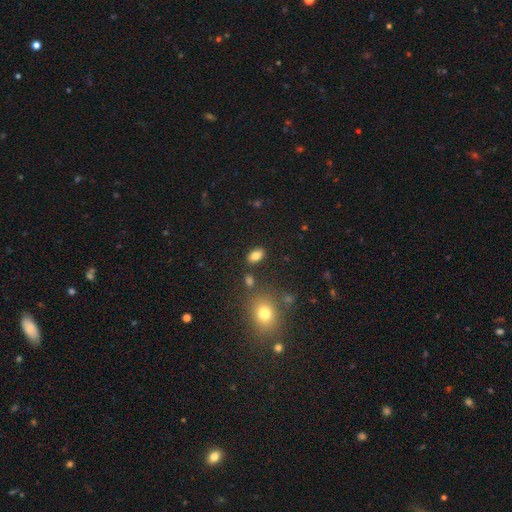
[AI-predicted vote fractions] smooth-or-featured: smooth: 82% | star or artifact: 10% | featured or disk: 8%
  how-rounded: in between: 88% | round: 10% | cigar-shaped: 2%
  merging: none: 83% | minor disturbance: 9% | merger: 4% | major disturbance: 3%